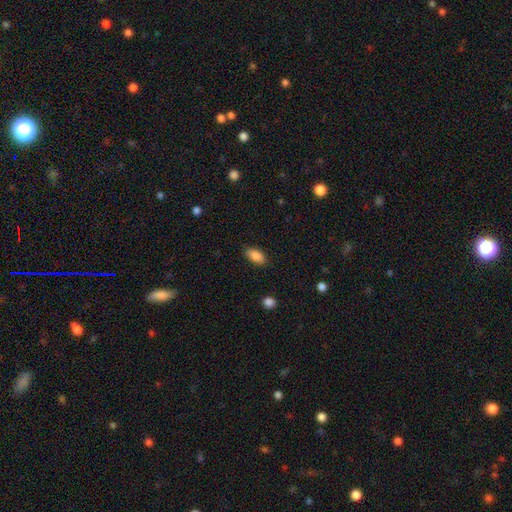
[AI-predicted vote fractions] Smooth or featured?
  - smooth: 87% *
  - star or artifact: 8%
  - featured or disk: 5%
How rounded?
  - in between: 91% *
  - cigar-shaped: 6%
  - round: 3%
Merging?
  - none: 86% *
  - minor disturbance: 10%
  - major disturbance: 2%
  - merger: 1%